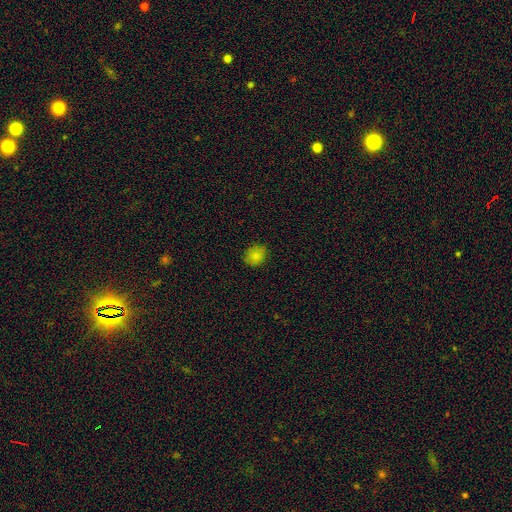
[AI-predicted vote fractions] A smooth galaxy with no disk features (83%) that is round (65%).

Vote fractions:
- Smooth or featured? smooth: 83% / star or artifact: 12% / featured or disk: 5%
- How rounded? round: 65% / in between: 34% / cigar-shaped: 1%
- Merging? none: 83% / minor disturbance: 13% / major disturbance: 3% / merger: 1%